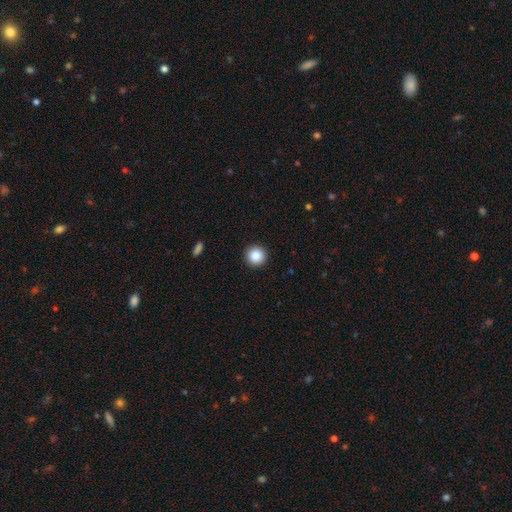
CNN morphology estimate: smooth_or_featured: smooth (p=0.86) [alt: star or artifact p=0.09]
how_rounded: round (p=0.96) [alt: in between p=0.04]
merging: none (p=0.93) [alt: minor disturbance p=0.05]